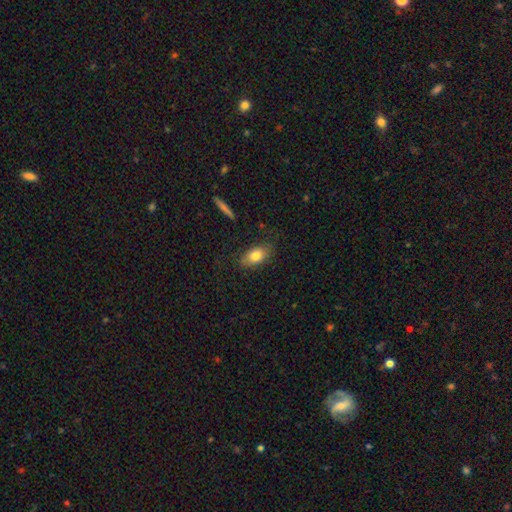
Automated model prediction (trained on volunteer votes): The model was most divided on "merging": none: 78%, minor disturbance: 16%, major disturbance: 5%, merger: 1%. More confident: how rounded — in between (87%); smooth or featured — smooth (78%).